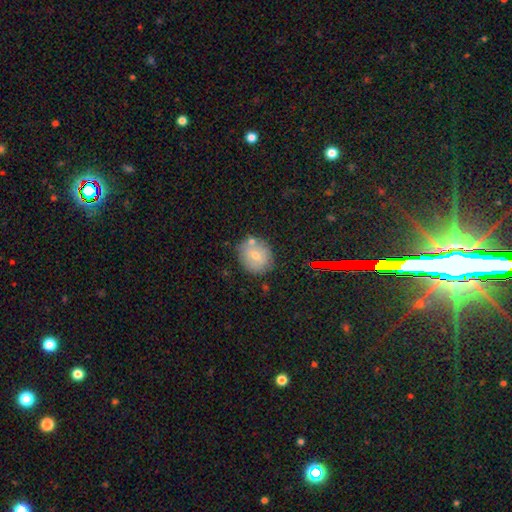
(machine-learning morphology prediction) Smooth or featured? Predicted: smooth (p=0.63). How rounded? Predicted: round (p=0.77). Merging? Predicted: none (p=0.73).